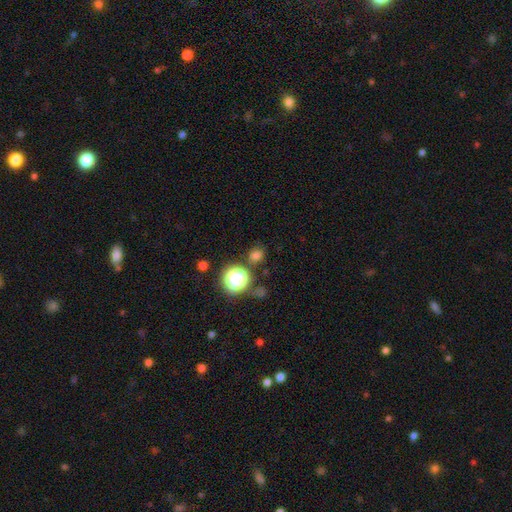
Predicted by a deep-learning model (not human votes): The model was most divided on "smooth or featured": smooth: 72%, star or artifact: 23%, featured or disk: 5%. More confident: merging — none (79%); how rounded — round (74%).